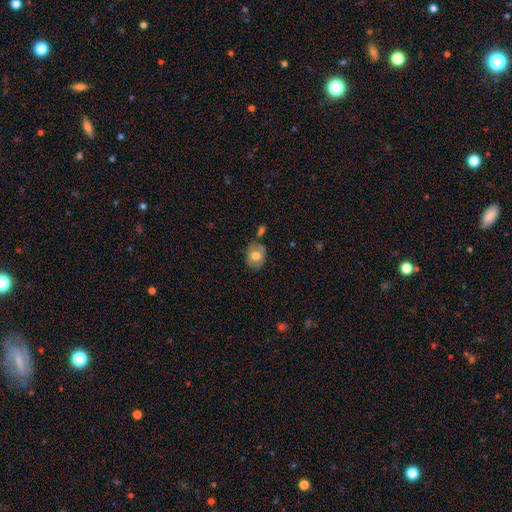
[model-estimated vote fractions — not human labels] A smooth galaxy with no disk features (64%) that is round (60%).

Vote fractions:
- Smooth or featured? smooth: 64% / featured or disk: 27% / star or artifact: 8%
- How rounded? round: 60% / in between: 39% / cigar-shaped: 1%
- Merging? none: 66% / minor disturbance: 19% / merger: 10% / major disturbance: 5%